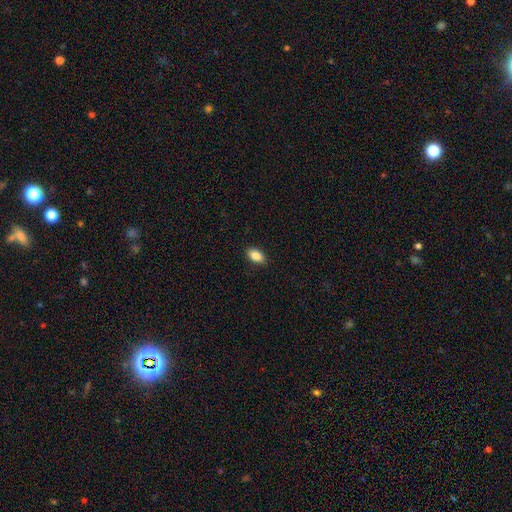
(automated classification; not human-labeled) Smooth or featured?
  - smooth: 86% *
  - star or artifact: 8%
  - featured or disk: 6%
How rounded?
  - in between: 90% *
  - round: 7%
  - cigar-shaped: 3%
Merging?
  - none: 88% *
  - minor disturbance: 9%
  - major disturbance: 2%
  - merger: 1%